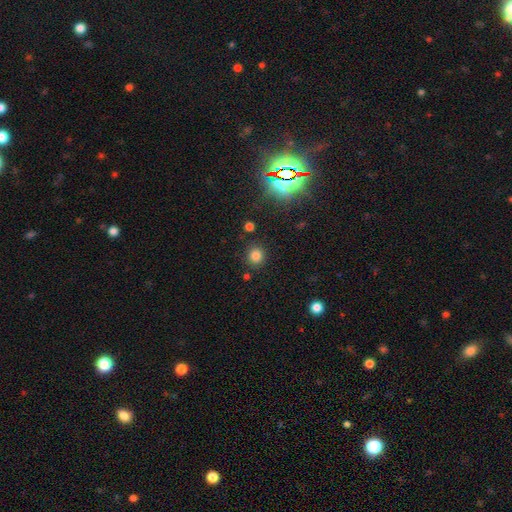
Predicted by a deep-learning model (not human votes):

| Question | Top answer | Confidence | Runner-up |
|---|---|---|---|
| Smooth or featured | smooth | 79% | star or artifact (16%) |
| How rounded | round | 89% | in between (10%) |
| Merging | none | 87% | minor disturbance (7%) |